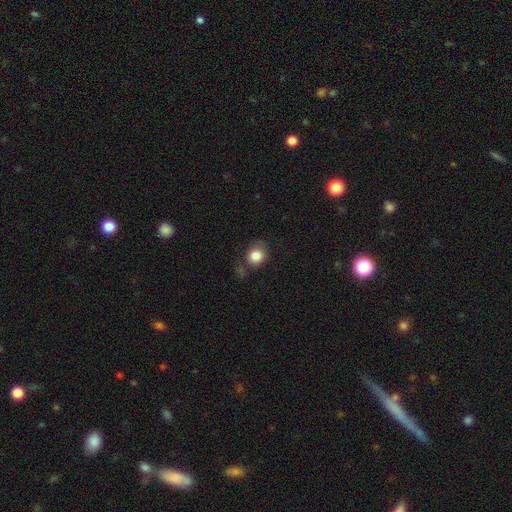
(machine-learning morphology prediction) type=smooth (84%); roundness=round (78%); merging=none (67%).